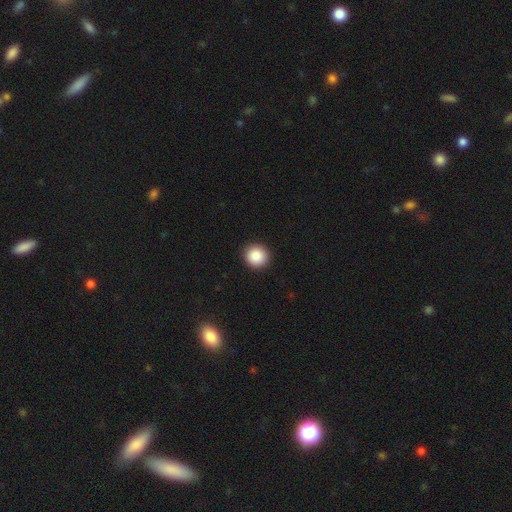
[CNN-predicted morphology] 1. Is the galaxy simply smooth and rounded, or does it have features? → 88% smooth, 8% star or artifact, 3% featured or disk.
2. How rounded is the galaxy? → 92% round, 7% in between, 1% cigar-shaped.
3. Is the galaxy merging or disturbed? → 93% none, 5% minor disturbance, 1% major disturbance, 1% merger.